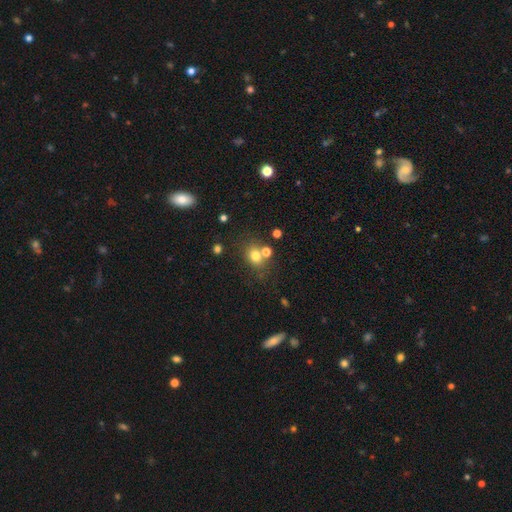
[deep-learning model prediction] Smooth or featured? smooth (73%)
How rounded? round (56%)
Merging? none (60%)